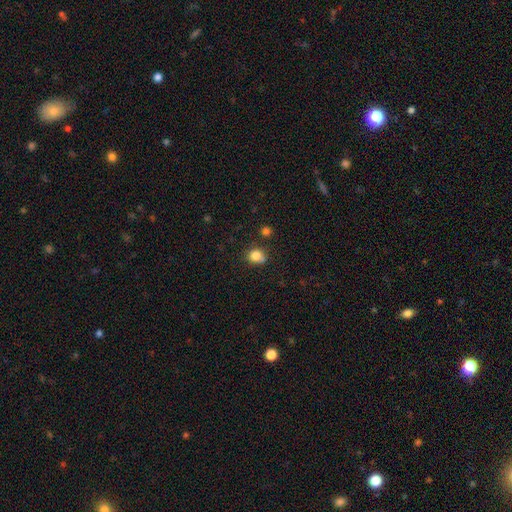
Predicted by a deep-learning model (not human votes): A smooth galaxy with no disk features (81%) that is round (68%).

Vote fractions:
- Smooth or featured? smooth: 81% / star or artifact: 11% / featured or disk: 7%
- How rounded? round: 68% / in between: 31% / cigar-shaped: 1%
- Merging? none: 63% / minor disturbance: 19% / merger: 13% / major disturbance: 5%